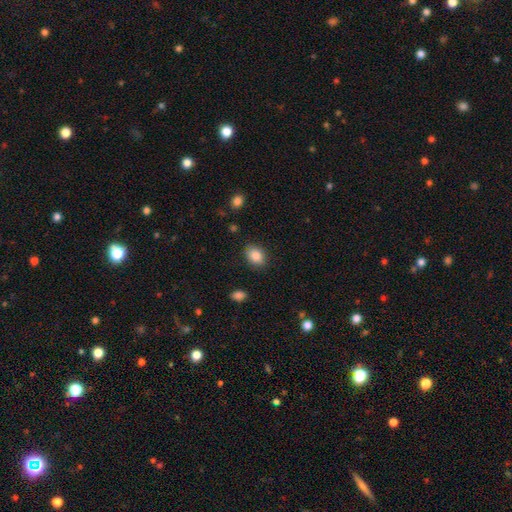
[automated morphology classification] This is clearly a smooth galaxy (86%). How rounded: likely in between (66%). Merging: clearly none (85%).